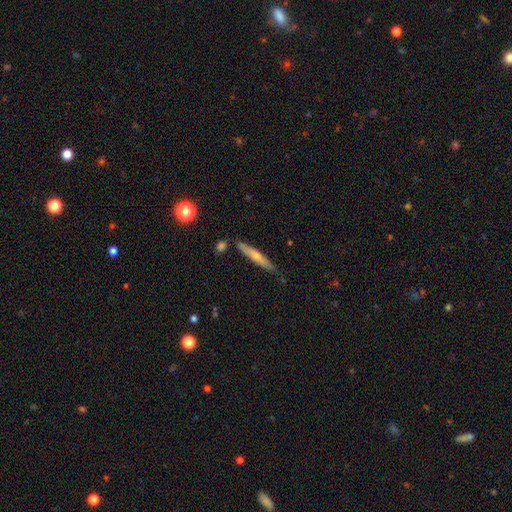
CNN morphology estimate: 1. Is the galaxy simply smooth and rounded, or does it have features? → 54% smooth, 40% featured or disk, 6% star or artifact.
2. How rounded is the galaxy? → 92% cigar-shaped, 7% in between, 1% round.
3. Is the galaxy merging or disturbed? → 79% none, 15% minor disturbance, 4% merger, 2% major disturbance.